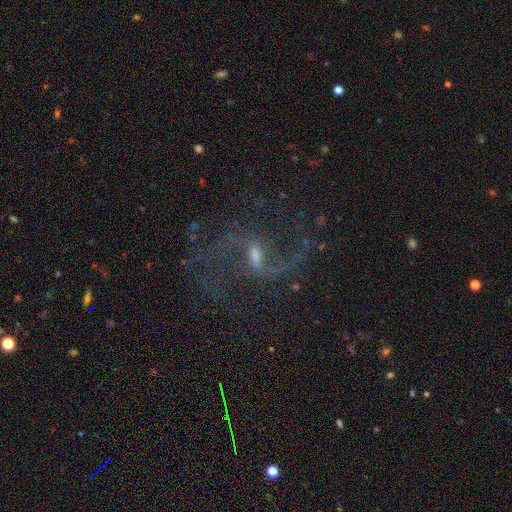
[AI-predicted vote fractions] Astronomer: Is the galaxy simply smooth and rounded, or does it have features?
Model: featured or disk — 88%.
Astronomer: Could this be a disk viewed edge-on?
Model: no — 97%.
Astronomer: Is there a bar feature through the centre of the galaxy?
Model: weak — 54% (runner-up: strong, 34%).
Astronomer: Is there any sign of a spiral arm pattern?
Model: yes — 96%.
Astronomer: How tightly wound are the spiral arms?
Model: loose — 73%.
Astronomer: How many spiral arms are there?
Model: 2 — 91%.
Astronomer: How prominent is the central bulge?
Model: small — 46% (runner-up: moderate, 38%).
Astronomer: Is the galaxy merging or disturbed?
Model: none — 67%.